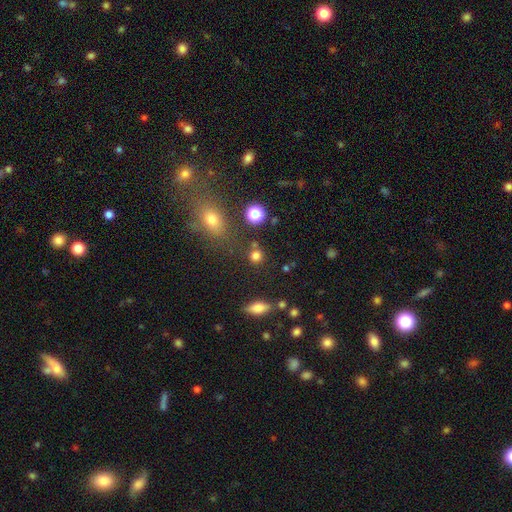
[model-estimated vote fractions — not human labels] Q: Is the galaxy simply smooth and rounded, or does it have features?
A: smooth — 77%.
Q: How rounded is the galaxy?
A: round — 84%.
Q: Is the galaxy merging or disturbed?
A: none — 74%.